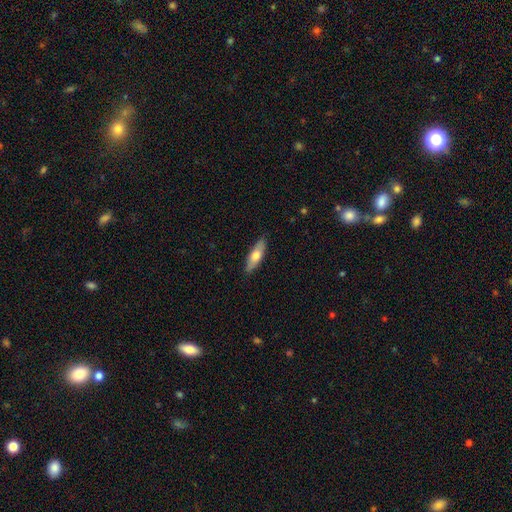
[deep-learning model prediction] Smooth or featured? smooth (61%)
How rounded? cigar-shaped (49%, tied with in between)
Merging? none (87%)